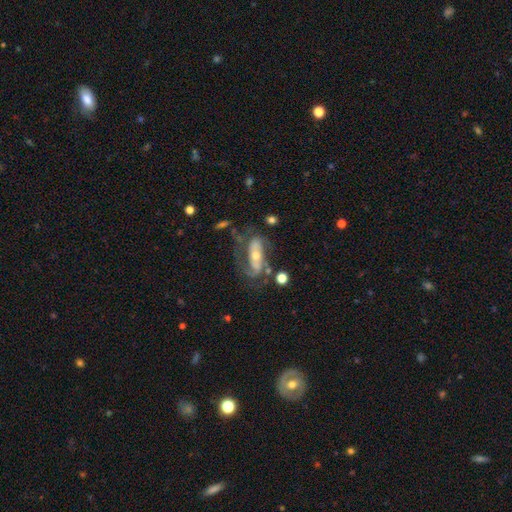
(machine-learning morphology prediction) Smooth or featured?
  - featured or disk: 73% *
  - smooth: 20%
  - star or artifact: 6%
Edge-on disk?
  - no: 91% *
  - yes: 9%
Bar?
  - no: 50% *
  - strong: 25%
  - weak: 25%
Spiral arms?
  - yes: 82% *
  - no: 18%
Spiral winding?
  - medium: 41% *
  - loose: 30%
  - tight: 29%
Spiral arm count?
  - 2: 65% *
  - can't tell: 16%
  - 1: 13%
  - 3: 3%
  - 4: 1%
  - more than 4: 1%
Bulge size?
  - moderate: 57% *
  - small: 36%
  - large: 5%
  - none: 1%
  - dominant: 1%
Merging?
  - none: 45% *
  - major disturbance: 27%
  - minor disturbance: 21%
  - merger: 7%